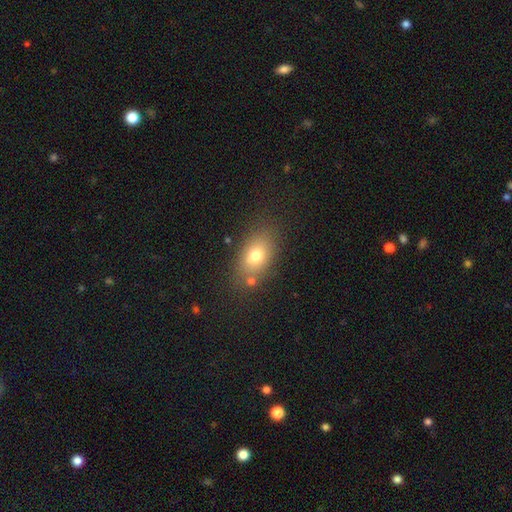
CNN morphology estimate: This appears to be a smooth galaxy with no disk features (74%) that is in between round and cigar-shaped (79%). Merging: none (74%).